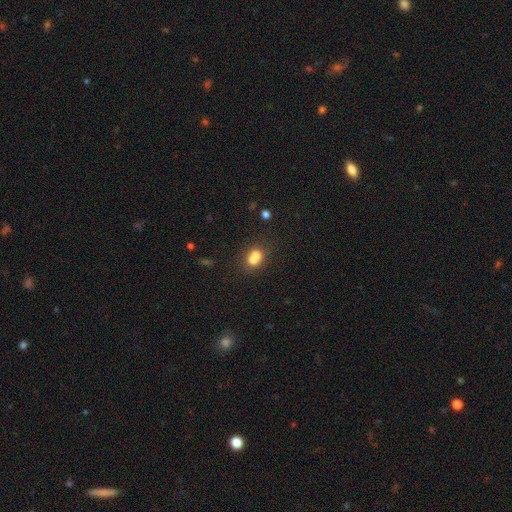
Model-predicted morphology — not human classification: A smooth galaxy with no disk features (68%) that is round (57%).

Vote fractions:
- Smooth or featured? smooth: 68% / featured or disk: 19% / star or artifact: 13%
- How rounded? round: 57% / in between: 42% / cigar-shaped: 1%
- Merging? merger: 60% / none: 28% / minor disturbance: 8% / major disturbance: 4%